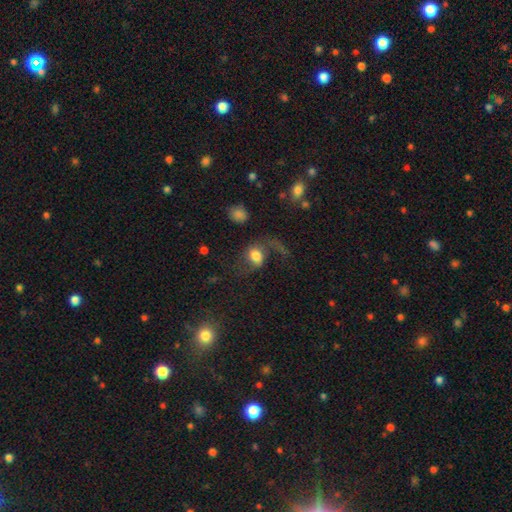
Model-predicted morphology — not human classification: This appears to be a featured or disk galaxy (45%, tied with smooth). Merging: major disturbance (41%).